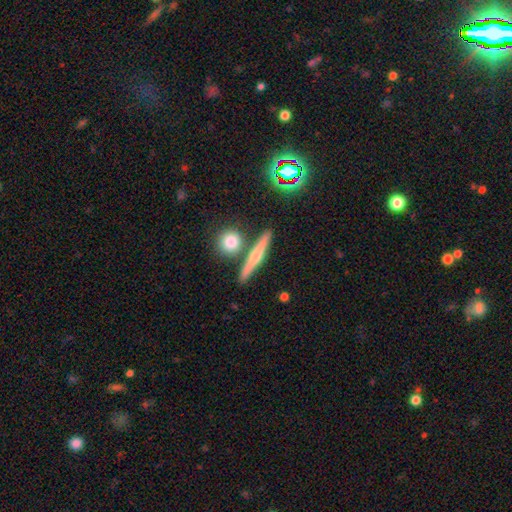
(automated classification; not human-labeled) The model was most divided on "smooth or featured": featured or disk: 51%, smooth: 40%, star or artifact: 9%. More confident: edge-on disk — yes (94%); merging — none (82%).